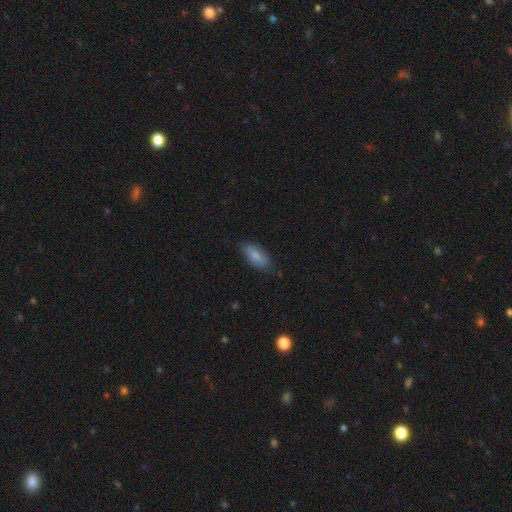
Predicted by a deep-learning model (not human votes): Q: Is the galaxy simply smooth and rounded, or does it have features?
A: smooth — 82%.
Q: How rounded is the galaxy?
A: in between — 81%.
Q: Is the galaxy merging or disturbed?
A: none — 77%.